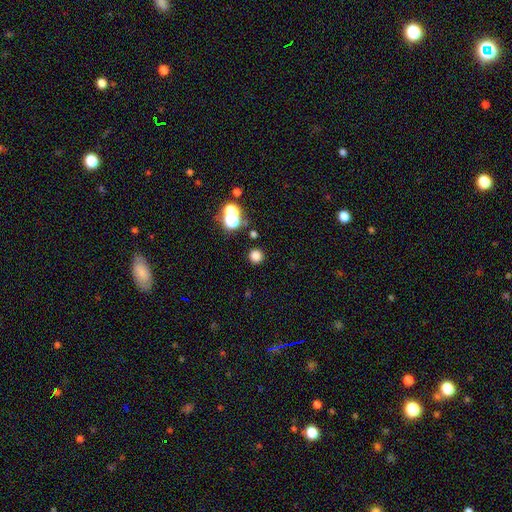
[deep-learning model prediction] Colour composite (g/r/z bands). It shows a smooth galaxy with no disk features (77%) that is round (93%). Merging: none (84%).